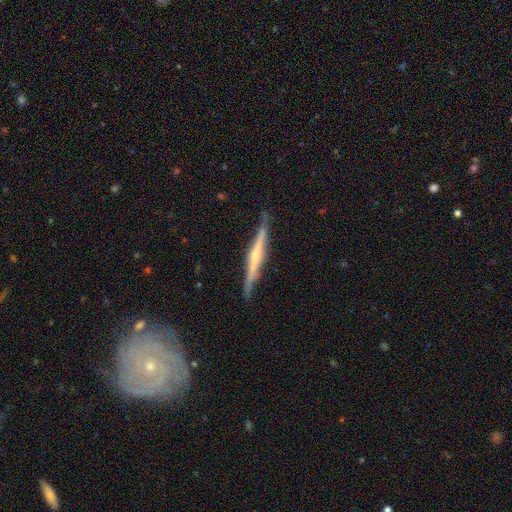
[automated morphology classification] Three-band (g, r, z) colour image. It shows a featured or disk galaxy (69%) viewed edge-on (97%) with a rounded central bulge (44%). Merging: none (83%).